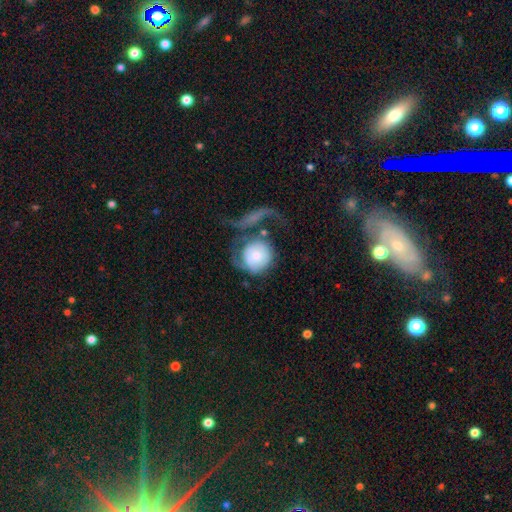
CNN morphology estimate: Smooth or featured? Predicted: smooth (p=0.59). How rounded? Predicted: round (p=0.86). Merging? Predicted: major disturbance (p=0.36).